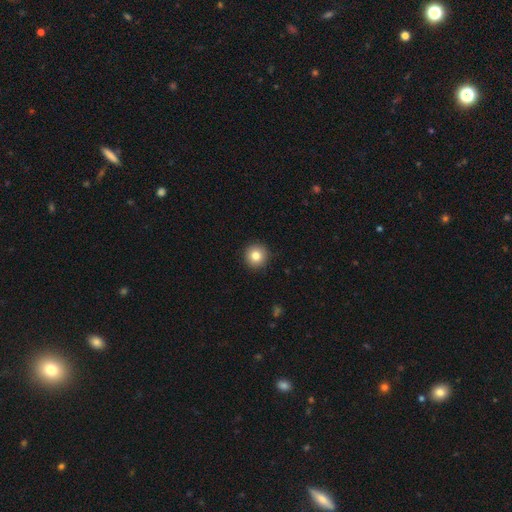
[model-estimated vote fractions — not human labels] Smooth or featured? smooth (82%)
How rounded? round (96%)
Merging? none (92%)